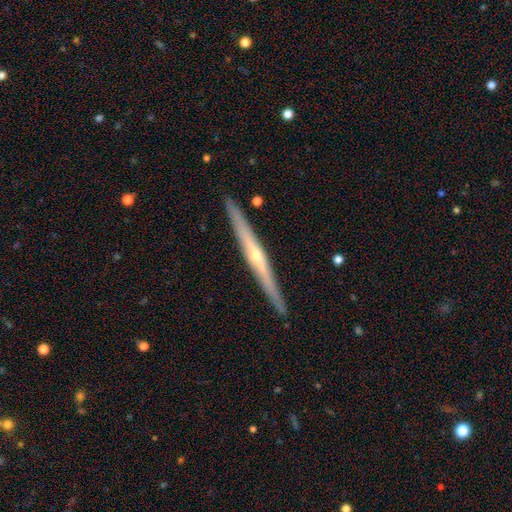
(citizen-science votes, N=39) Smooth or featured?
  - featured or disk: 69% *
  - smooth: 26%
  - star or artifact: 5%
Edge-on disk?
  - yes: 100% *
  - no: 0%
Edge-on bulge?
  - rounded: 89% *
  - none: 11%
  - boxy: 0%
Merging?
  - none: 92% *
  - minor disturbance: 8%
  - major disturbance: 0%
  - merger: 0%